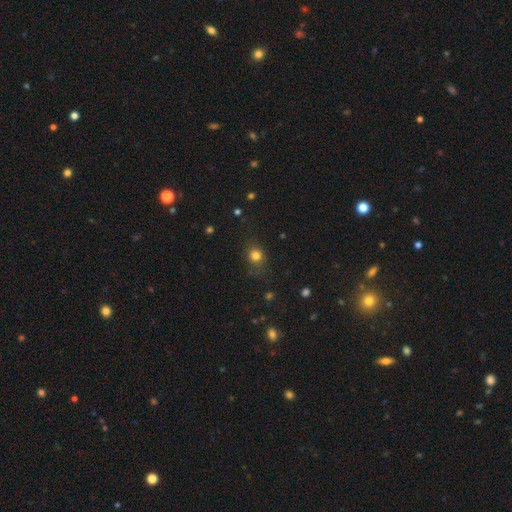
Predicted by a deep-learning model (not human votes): smooth_or_featured: smooth (p=0.78) [alt: star or artifact p=0.15]
how_rounded: round (p=0.74) [alt: in between p=0.25]
merging: none (p=0.78) [alt: minor disturbance p=0.14]